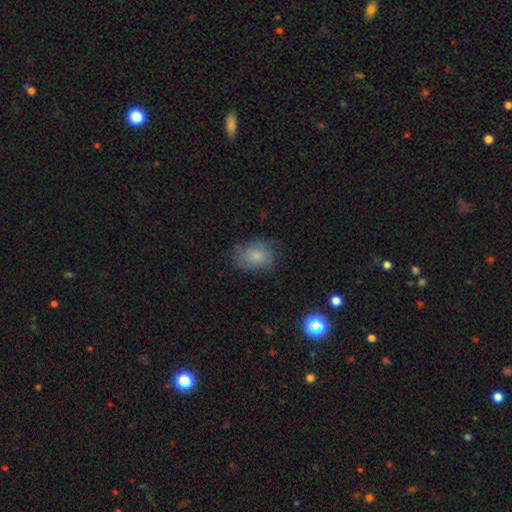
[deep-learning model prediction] Smooth or featured?
  - smooth: 65% *
  - featured or disk: 24%
  - star or artifact: 11%
How rounded?
  - in between: 67% *
  - round: 32%
  - cigar-shaped: 1%
Merging?
  - none: 61% *
  - minor disturbance: 26%
  - major disturbance: 12%
  - merger: 1%